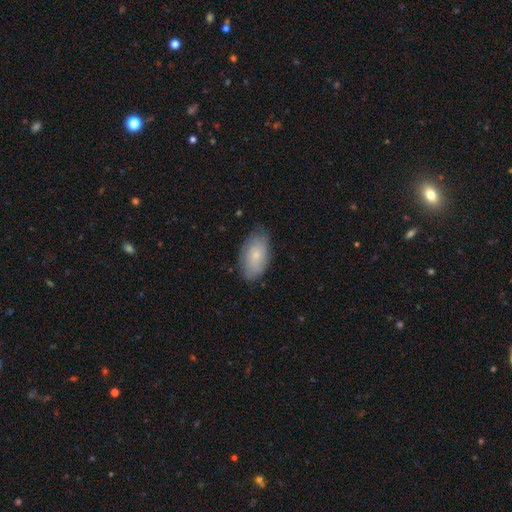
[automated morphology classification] Smooth or featured: smooth — 62% (featured or disk — 31%)
How rounded: in between — 93% (round — 4%)
Merging: none — 73% (minor disturbance — 22%)